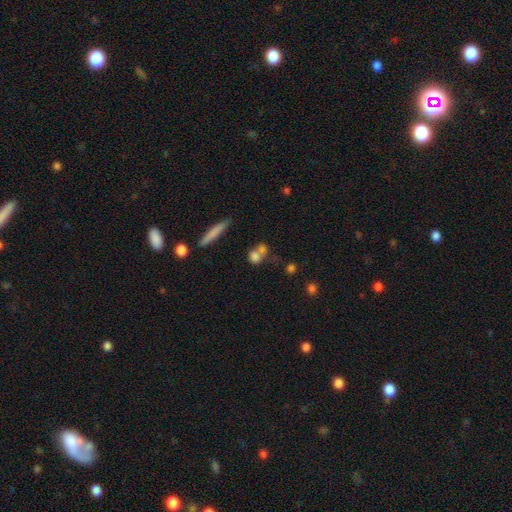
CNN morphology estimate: smooth-or-featured: smooth: 72% | featured or disk: 16% | star or artifact: 12%
  how-rounded: round: 60% | in between: 30% | cigar-shaped: 10%
  merging: merger: 45% | none: 39% | minor disturbance: 10% | major disturbance: 6%